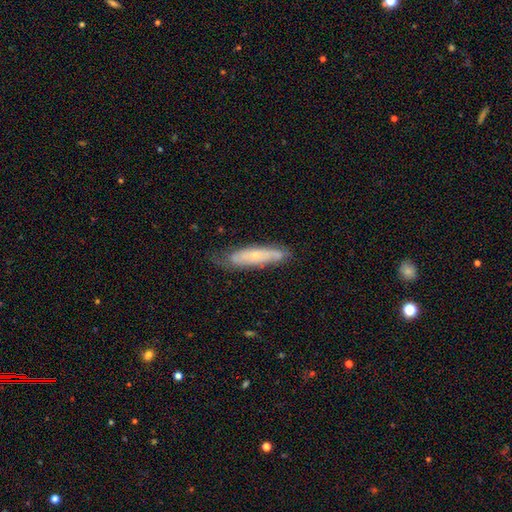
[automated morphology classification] A featured or disk galaxy (57%). Merging: none (65%).